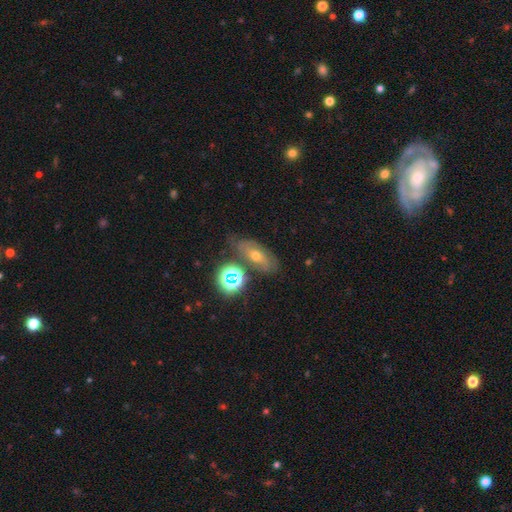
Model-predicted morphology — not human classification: Smooth or featured: featured or disk — 43% (smooth — 34%)
Merging: none — 68% (minor disturbance — 18%)